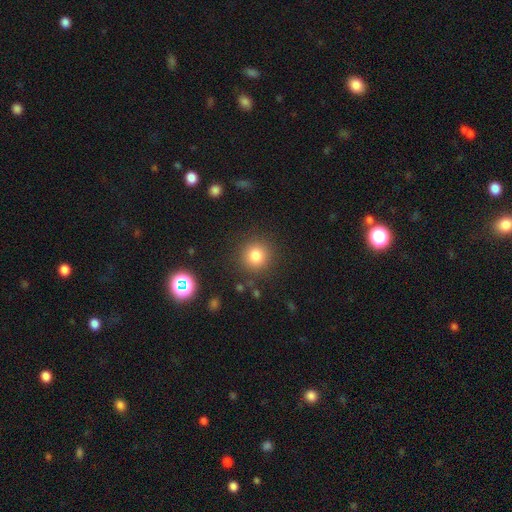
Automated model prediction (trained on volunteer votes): This appears to be a smooth galaxy with no disk features (81%) that is round (93%). Merging: none (88%).